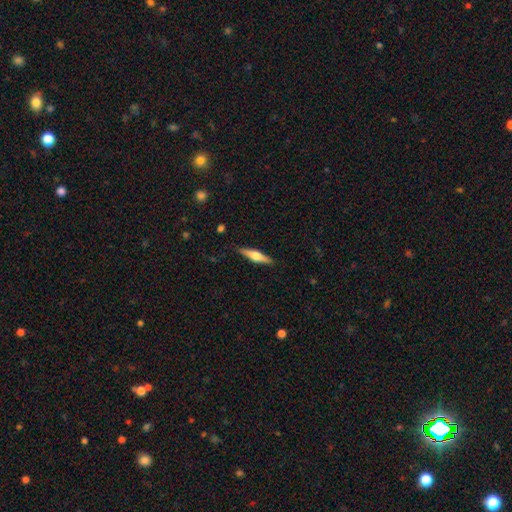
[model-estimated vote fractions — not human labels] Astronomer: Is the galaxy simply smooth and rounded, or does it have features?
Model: featured or disk — 52% (runner-up: smooth, 43%).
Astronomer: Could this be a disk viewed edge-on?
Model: yes — 96%.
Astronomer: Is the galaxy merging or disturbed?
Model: none — 88%.